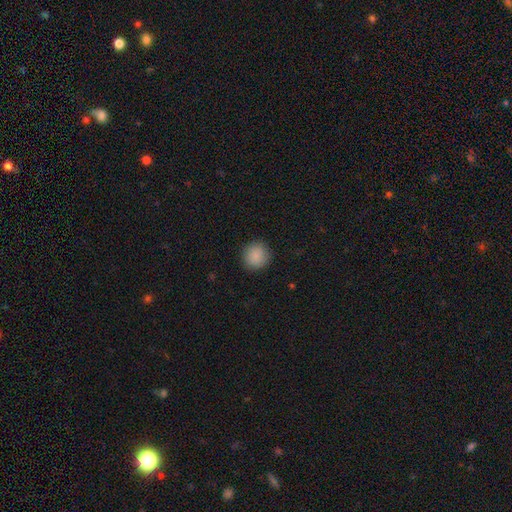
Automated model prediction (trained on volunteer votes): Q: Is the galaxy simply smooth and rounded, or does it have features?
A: smooth — 88%.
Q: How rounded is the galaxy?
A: round — 91%.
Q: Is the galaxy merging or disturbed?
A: none — 90%.